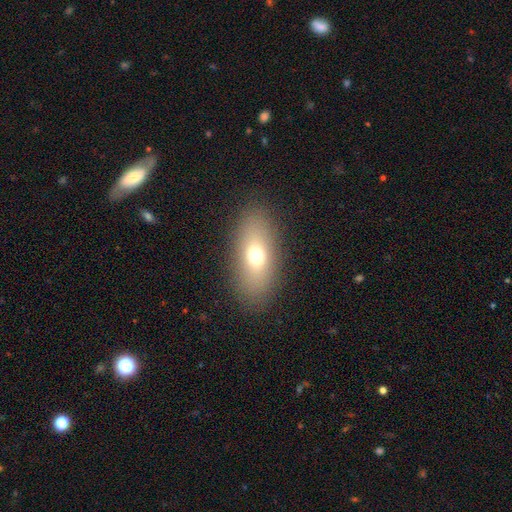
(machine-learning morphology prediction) smooth_or_featured: smooth (p=0.68) [alt: featured or disk p=0.21]
how_rounded: in between (p=0.82) [alt: cigar-shaped p=0.11]
merging: none (p=0.86) [alt: minor disturbance p=0.08]